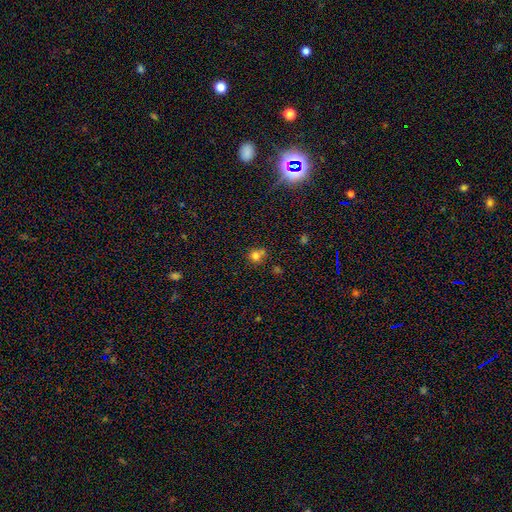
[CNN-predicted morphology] Q: Smooth or featured?
A: smooth (77%); runner-up: star or artifact (15%)
Q: How rounded?
A: round (87%); runner-up: in between (12%)
Q: Merging?
A: none (59%); runner-up: merger (21%)